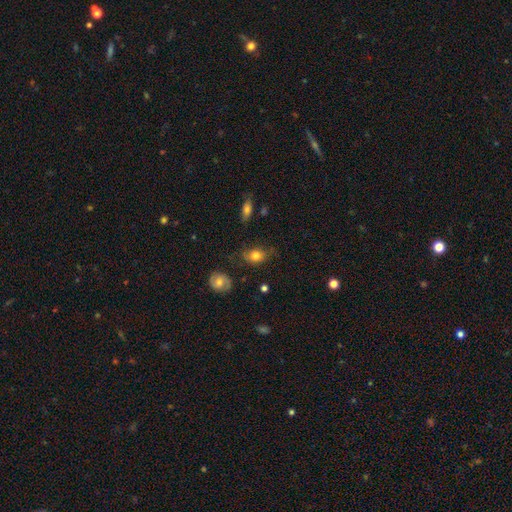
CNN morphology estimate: smooth_or_featured: smooth (p=0.76) [alt: featured or disk p=0.15]
how_rounded: in between (p=0.71) [alt: round p=0.27]
merging: none (p=0.62) [alt: minor disturbance p=0.26]